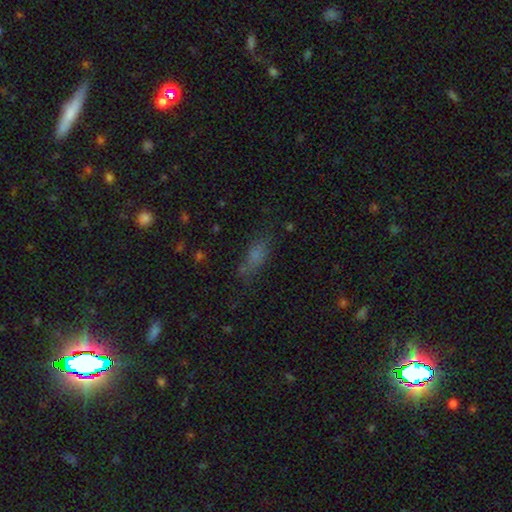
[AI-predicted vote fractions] This appears to be a smooth galaxy with no disk features (67%) that is in between round and cigar-shaped (61%). Merging: none (62%).